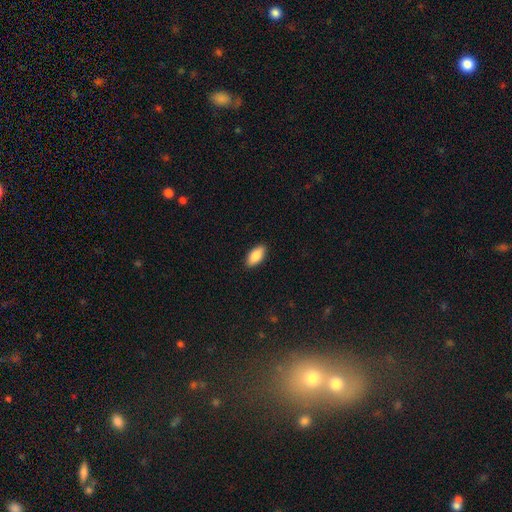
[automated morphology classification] This appears to be a smooth galaxy with no disk features (87%) that is in between round and cigar-shaped (91%). Merging: none (89%).